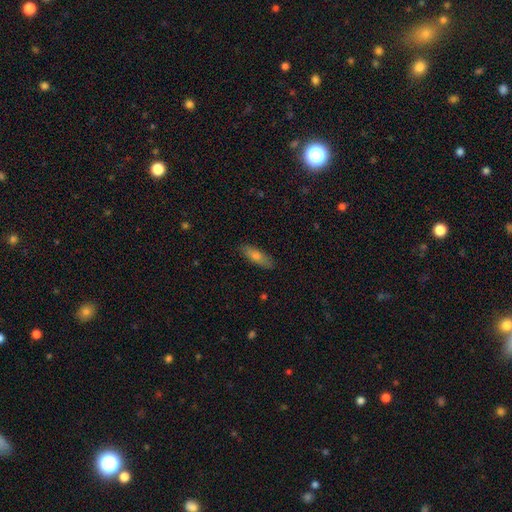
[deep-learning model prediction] Q: Smooth or featured?
A: smooth (68%); runner-up: featured or disk (24%)
Q: How rounded?
A: cigar-shaped (49%); tied with: in between (49%)
Q: Merging?
A: none (87%); runner-up: minor disturbance (10%)